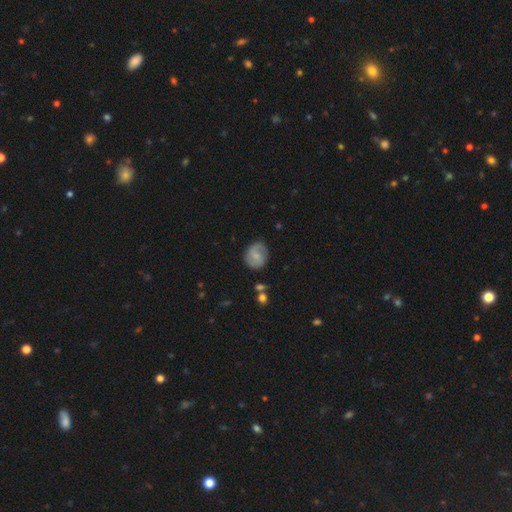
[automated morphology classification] The model was most divided on "smooth or featured": smooth: 56%, featured or disk: 37%, star or artifact: 8%. More confident: merging — none (72%); how rounded — round (66%).